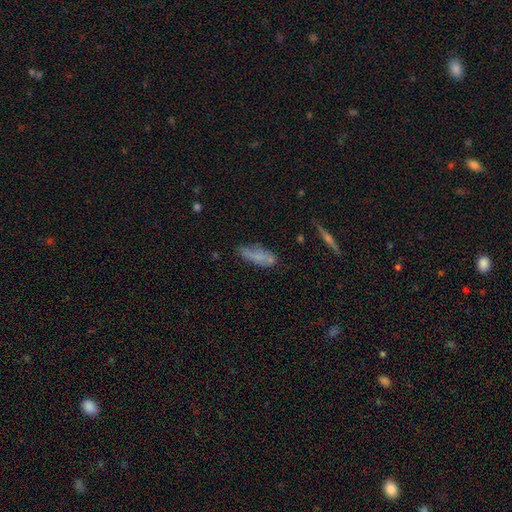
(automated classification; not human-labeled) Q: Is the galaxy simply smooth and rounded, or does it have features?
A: smooth — 71%.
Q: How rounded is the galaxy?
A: in between — 60%.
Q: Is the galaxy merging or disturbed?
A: none — 57%.